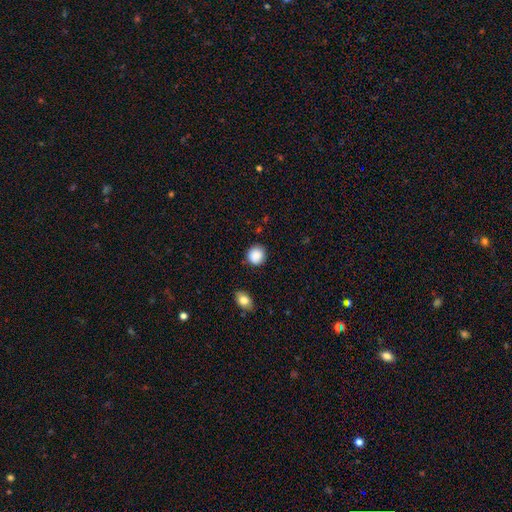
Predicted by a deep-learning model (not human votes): The model was most divided on "merging": none: 85%, minor disturbance: 10%, major disturbance: 3%, merger: 2%. More confident: how rounded — round (88%); smooth or featured — smooth (88%).